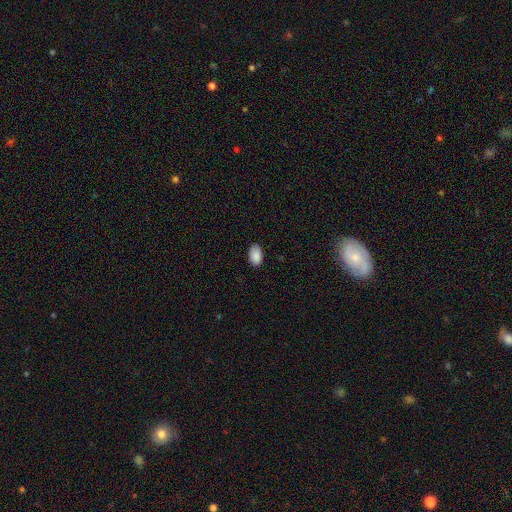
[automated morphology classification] Q: Smooth or featured?
A: smooth (89%); runner-up: star or artifact (7%)
Q: How rounded?
A: in between (93%); runner-up: round (6%)
Q: Merging?
A: none (84%); runner-up: minor disturbance (13%)